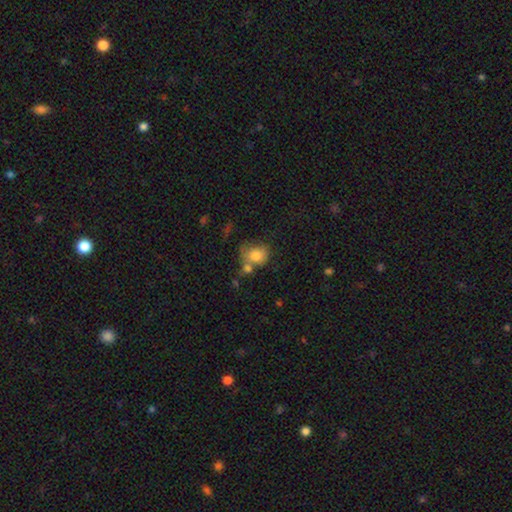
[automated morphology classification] Smooth or featured? smooth (77%)
How rounded? round (65%)
Merging? none (36%)